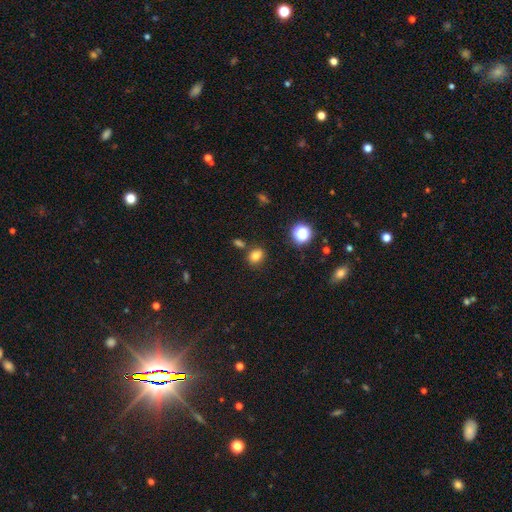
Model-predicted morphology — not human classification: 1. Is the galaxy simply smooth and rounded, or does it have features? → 75% smooth, 17% star or artifact, 8% featured or disk.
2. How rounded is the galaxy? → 51% in between, 48% round, 1% cigar-shaped.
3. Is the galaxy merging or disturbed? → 72% none, 12% minor disturbance, 12% merger, 3% major disturbance.